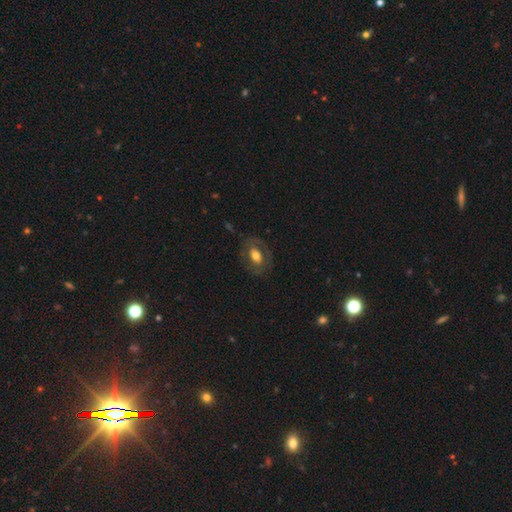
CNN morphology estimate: type=smooth (52%); roundness=in between (76%); merging=none (74%).